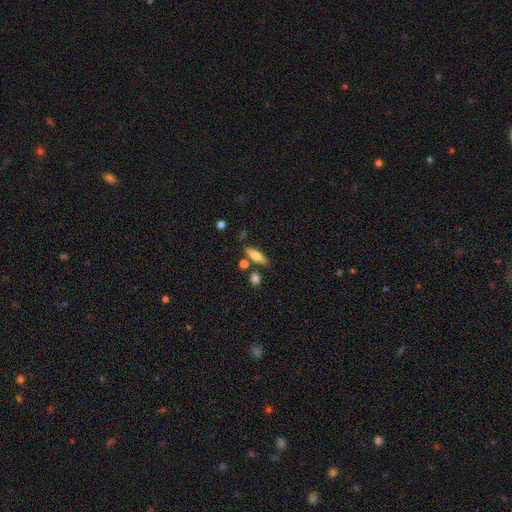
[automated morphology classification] Smooth or featured: smooth — 59% (featured or disk — 34%)
How rounded: cigar-shaped — 51% (in between — 45%)
Merging: none — 75% (minor disturbance — 12%)